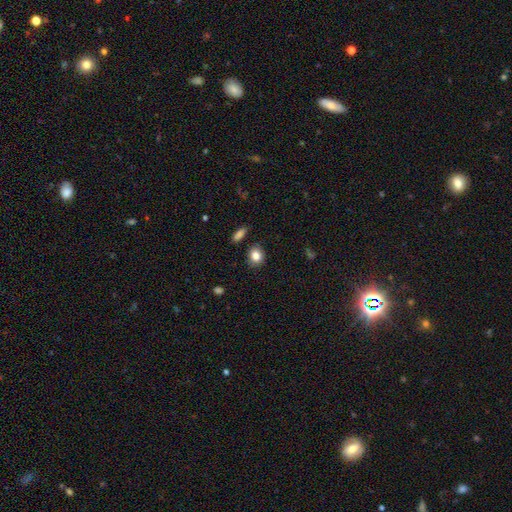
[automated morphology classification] smooth-or-featured: smooth: 83% | star or artifact: 9% | featured or disk: 7%
  how-rounded: round: 64% | in between: 35% | cigar-shaped: 1%
  merging: none: 85% | minor disturbance: 10% | merger: 3% | major disturbance: 2%